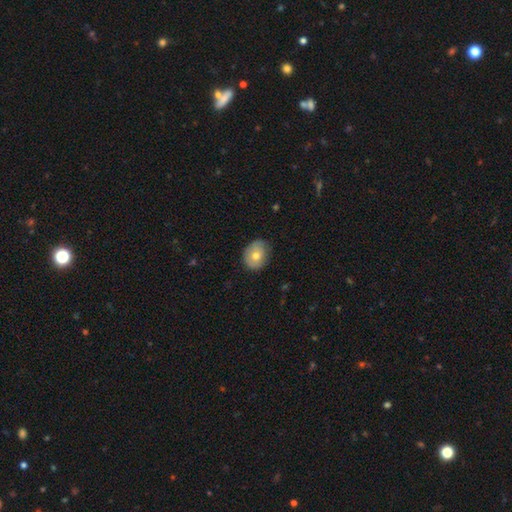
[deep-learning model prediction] The model was most divided on "how rounded": round: 54%, in between: 45%, cigar-shaped: 1%. More confident: merging — none (73%); smooth or featured — smooth (69%).